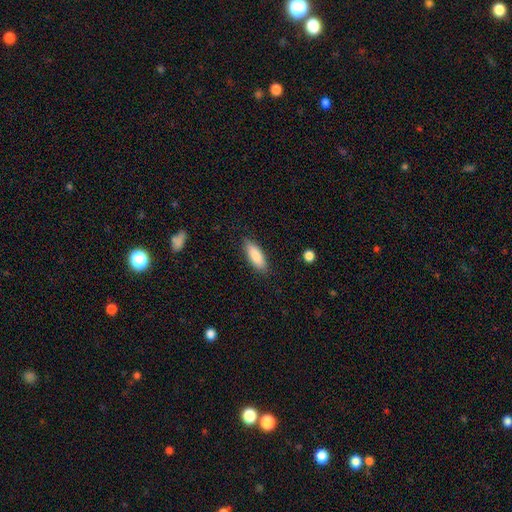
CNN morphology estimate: This appears to be a smooth galaxy with no disk features (87%) that is in between round and cigar-shaped (65%). Merging: none (86%).